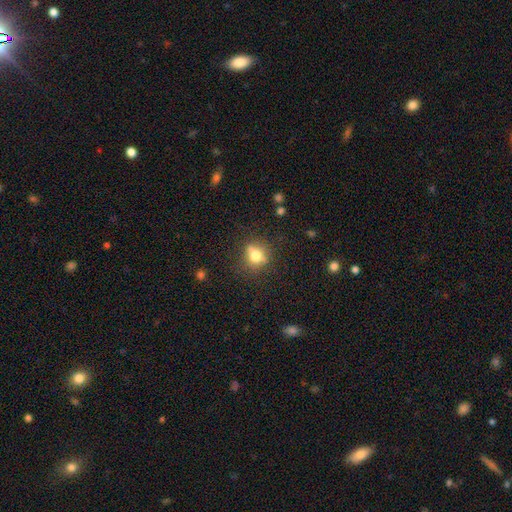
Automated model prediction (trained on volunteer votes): smooth 71%, featured or disk 15%, star or artifact 13%. Down the decision tree: how rounded — round (80%); merging — none (64%).